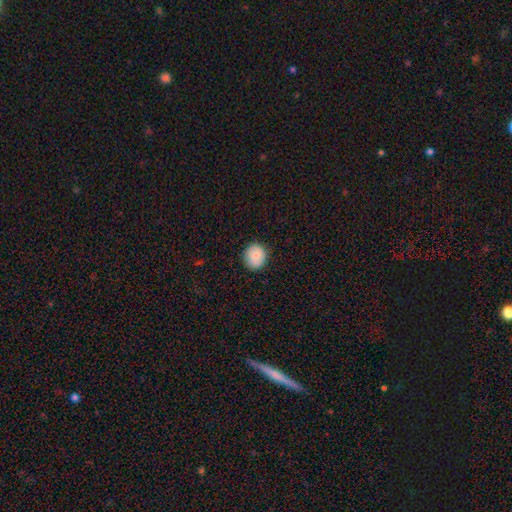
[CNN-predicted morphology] Smooth or featured? smooth (82%)
How rounded? round (79%)
Merging? none (86%)